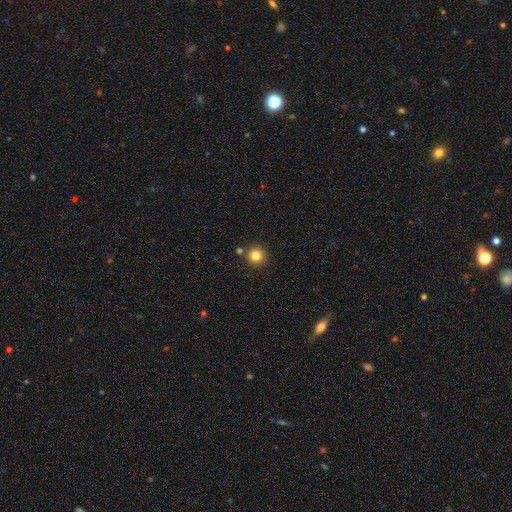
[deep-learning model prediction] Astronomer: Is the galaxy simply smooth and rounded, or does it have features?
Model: smooth — 83%.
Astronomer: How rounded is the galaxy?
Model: round — 95%.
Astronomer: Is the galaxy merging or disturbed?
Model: none — 86%.